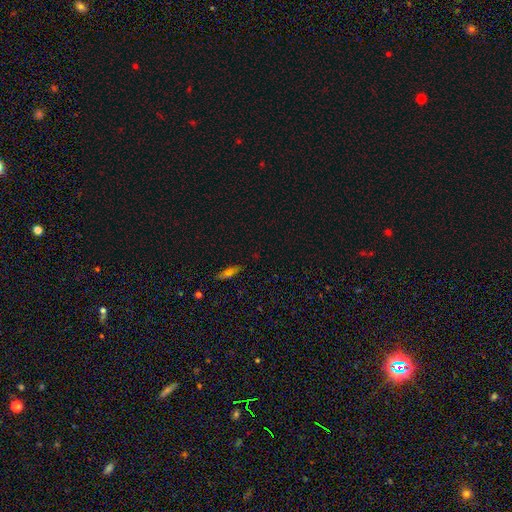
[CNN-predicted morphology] Q: Smooth or featured?
A: smooth (50%); runner-up: star or artifact (34%)
Q: Merging?
A: none (82%); runner-up: minor disturbance (12%)